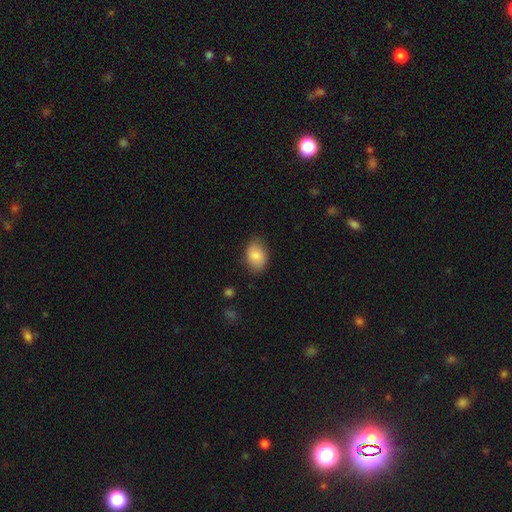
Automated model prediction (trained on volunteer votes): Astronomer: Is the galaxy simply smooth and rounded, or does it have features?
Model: smooth — 85%.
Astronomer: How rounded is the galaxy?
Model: in between — 79%.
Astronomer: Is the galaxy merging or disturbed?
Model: none — 79%.